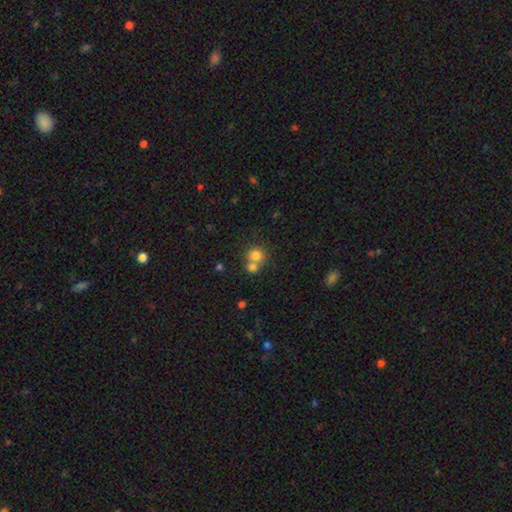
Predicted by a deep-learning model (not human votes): Smooth or featured? Predicted: smooth (p=0.77). How rounded? Predicted: round (p=0.82). Merging? Predicted: merger (p=0.53).